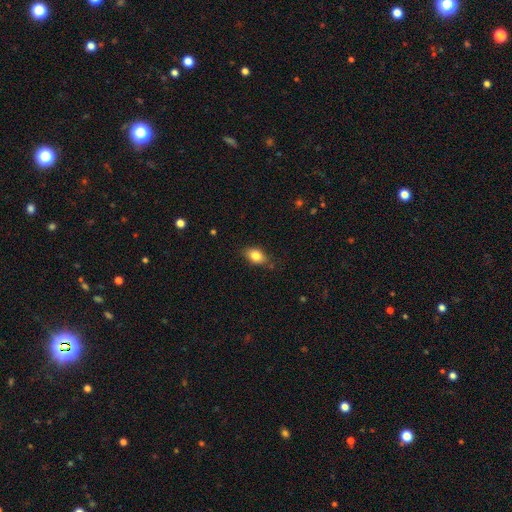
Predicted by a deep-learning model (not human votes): Smooth or featured? Predicted: smooth (p=0.83). How rounded? Predicted: in between (p=0.82). Merging? Predicted: none (p=0.79).